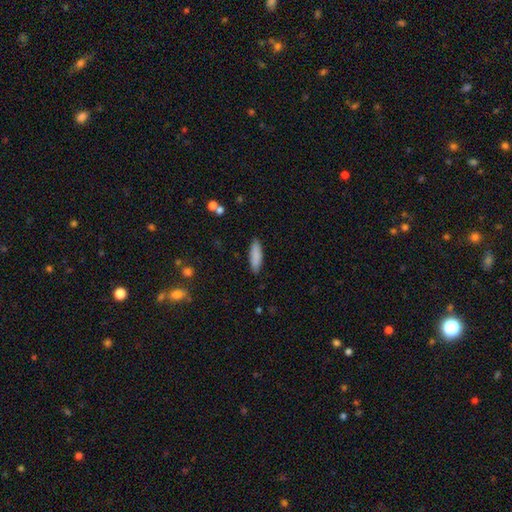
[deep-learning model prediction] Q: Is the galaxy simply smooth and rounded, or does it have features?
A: smooth — 87%.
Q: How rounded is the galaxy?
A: cigar-shaped — 57%.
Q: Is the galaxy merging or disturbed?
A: none — 88%.